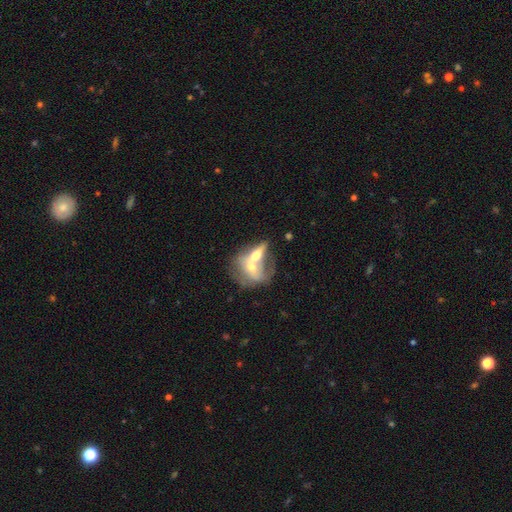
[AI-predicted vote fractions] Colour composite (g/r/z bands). It shows a featured or disk galaxy (56%). Merging: merger (67%).